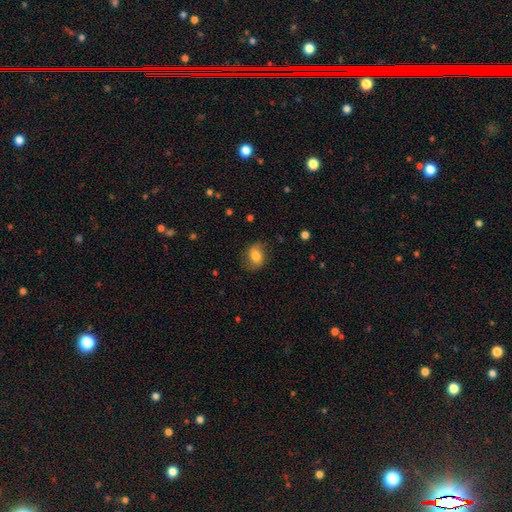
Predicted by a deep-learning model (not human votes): Smooth or featured? smooth (75%)
How rounded? in between (54%)
Merging? none (76%)